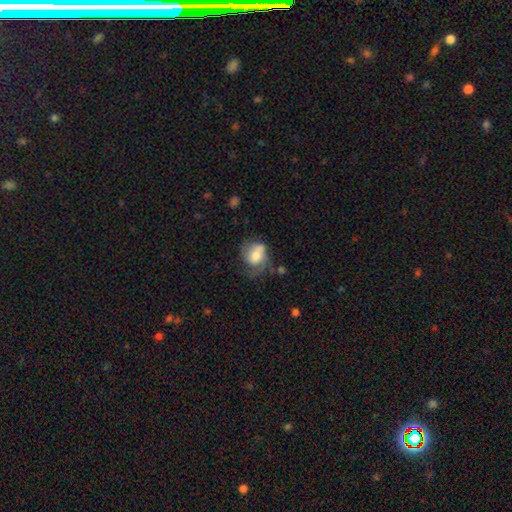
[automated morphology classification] A smooth galaxy with no disk features (52%) that is round (59%).

Vote fractions:
- Smooth or featured? smooth: 52% / featured or disk: 41% / star or artifact: 8%
- How rounded? round: 59% / in between: 40% / cigar-shaped: 1%
- Merging? none: 40% / minor disturbance: 28% / major disturbance: 25% / merger: 7%